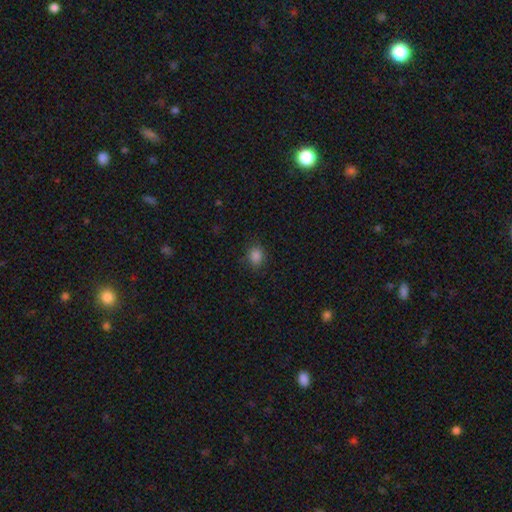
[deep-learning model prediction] The model was most divided on "how rounded": round: 63%, in between: 36%, cigar-shaped: 1%. More confident: smooth or featured — smooth (84%); merging — none (84%).